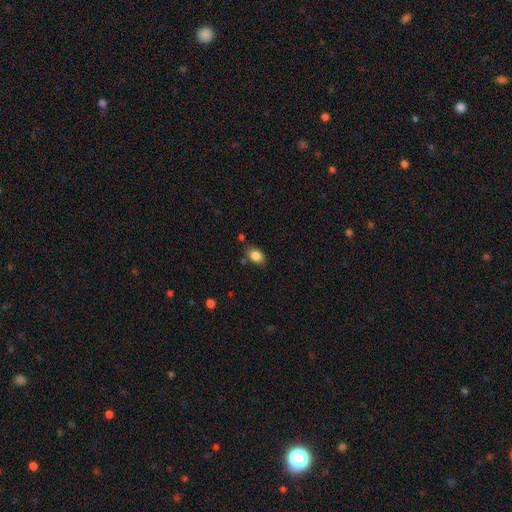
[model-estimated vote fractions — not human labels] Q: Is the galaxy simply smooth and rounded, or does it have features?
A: smooth — 85%.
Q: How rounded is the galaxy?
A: in between — 71%.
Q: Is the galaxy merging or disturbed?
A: none — 75%.